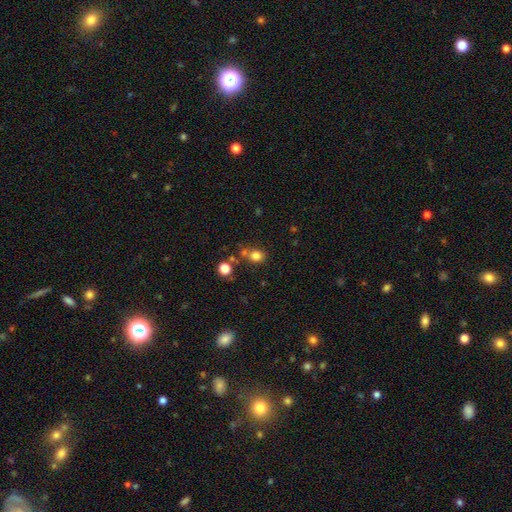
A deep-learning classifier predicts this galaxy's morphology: This is likely a smooth galaxy (79%). How rounded: likely round (68%). Merging: likely none (65%).